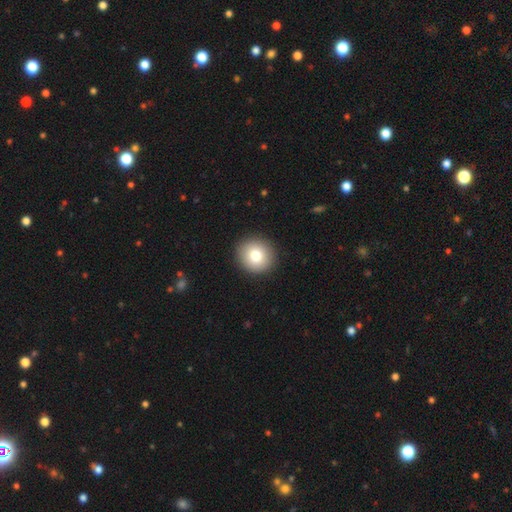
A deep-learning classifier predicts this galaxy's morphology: Smooth or featured: smooth — 79% (featured or disk — 11%)
How rounded: round — 89% (in between — 10%)
Merging: none — 92% (minor disturbance — 6%)